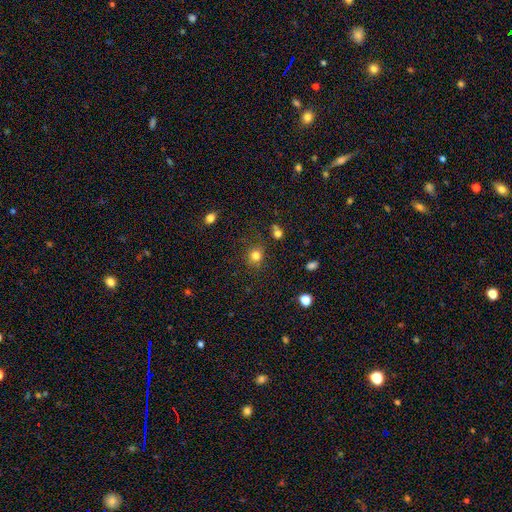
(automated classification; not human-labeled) A smooth galaxy with no disk features (80%) that is round (83%).

Vote fractions:
- Smooth or featured? smooth: 80% / star or artifact: 14% / featured or disk: 6%
- How rounded? round: 83% / in between: 16% / cigar-shaped: 1%
- Merging? none: 80% / minor disturbance: 12% / major disturbance: 4% / merger: 4%